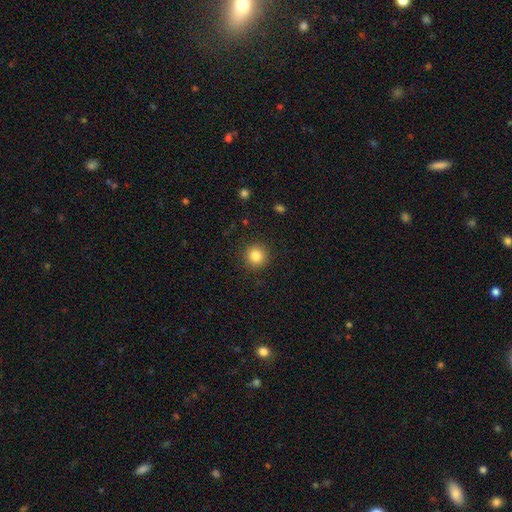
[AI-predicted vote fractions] Smooth or featured? Predicted: smooth (p=0.85). How rounded? Predicted: round (p=0.94). Merging? Predicted: none (p=0.90).